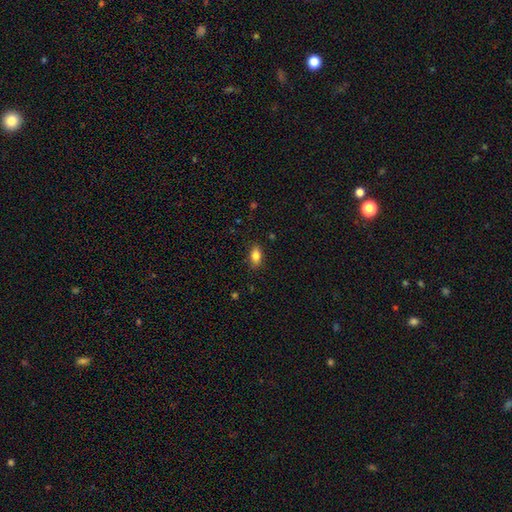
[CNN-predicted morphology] smooth 83%, star or artifact 9%, featured or disk 8%. Down the decision tree: how rounded — in between (86%); merging — none (85%).